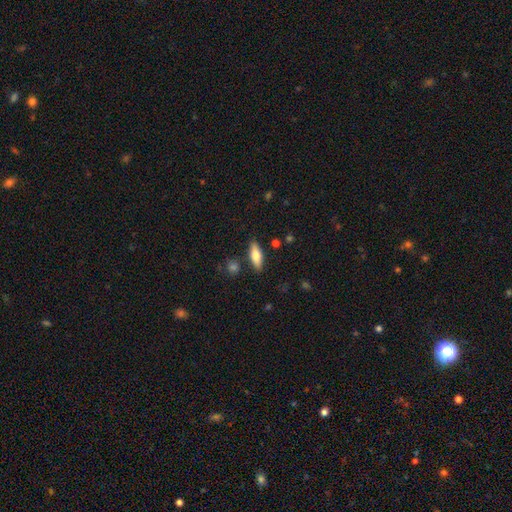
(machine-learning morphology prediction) smooth-or-featured: smooth: 66% | featured or disk: 28% | star or artifact: 6%
  how-rounded: in between: 57% | cigar-shaped: 40% | round: 3%
  merging: none: 85% | minor disturbance: 10% | merger: 3% | major disturbance: 2%